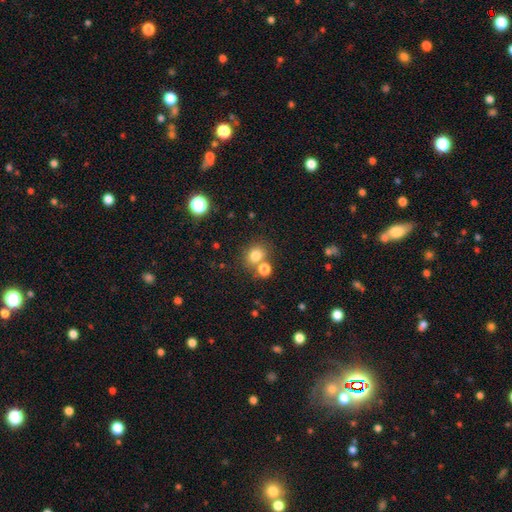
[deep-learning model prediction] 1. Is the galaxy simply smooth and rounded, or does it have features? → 78% smooth, 14% star or artifact, 8% featured or disk.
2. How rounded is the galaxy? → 68% round, 31% in between, 1% cigar-shaped.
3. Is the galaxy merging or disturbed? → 63% none, 24% merger, 10% minor disturbance, 4% major disturbance.